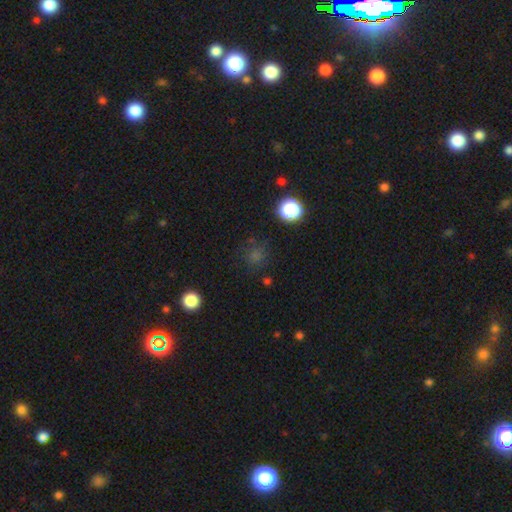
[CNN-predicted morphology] smooth_or_featured: smooth (p=0.59) [alt: star or artifact p=0.34]
how_rounded: round (p=0.90) [alt: in between p=0.08]
merging: none (p=0.82) [alt: minor disturbance p=0.11]